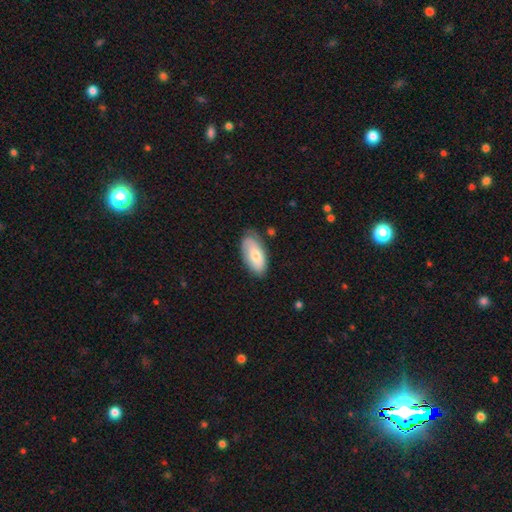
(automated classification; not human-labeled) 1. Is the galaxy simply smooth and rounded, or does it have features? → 65% smooth, 29% featured or disk, 6% star or artifact.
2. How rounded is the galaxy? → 92% in between, 5% cigar-shaped, 2% round.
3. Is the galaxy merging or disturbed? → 71% none, 22% minor disturbance, 5% major disturbance, 2% merger.